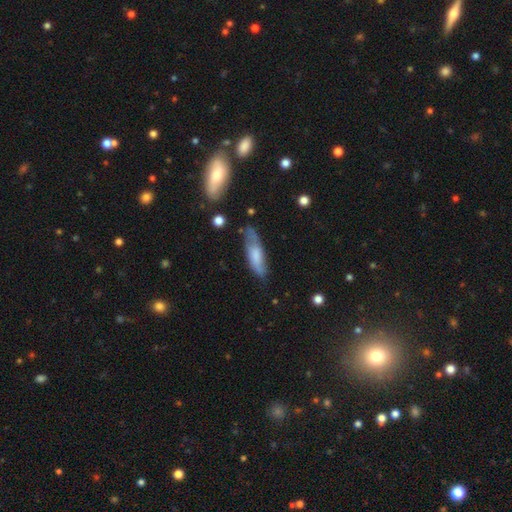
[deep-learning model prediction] The model was most divided on "how rounded": cigar-shaped: 54%, in between: 44%, round: 2%. More confident: merging — none (63%); smooth or featured — smooth (62%).